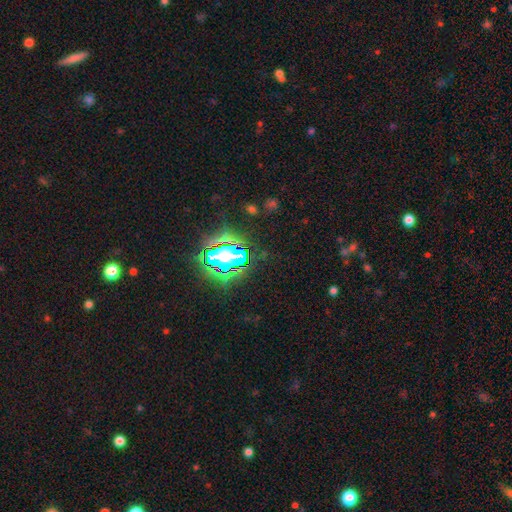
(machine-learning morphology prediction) type=star or artifact (73%).